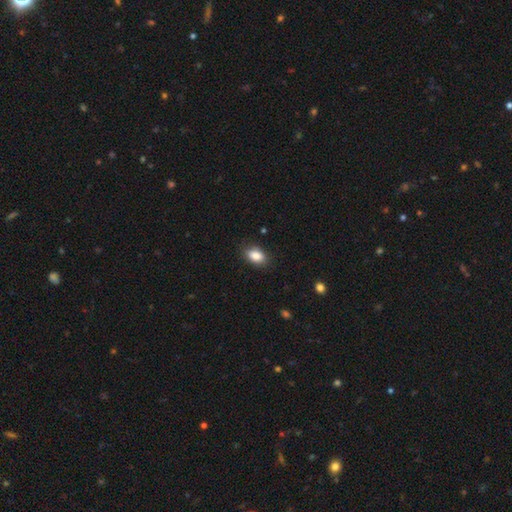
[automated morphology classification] A smooth galaxy with no disk features (86%) that is in between round and cigar-shaped (86%).

Vote fractions:
- Smooth or featured? smooth: 86% / star or artifact: 8% / featured or disk: 6%
- How rounded? in between: 86% / round: 12% / cigar-shaped: 2%
- Merging? none: 84% / minor disturbance: 12% / major disturbance: 3% / merger: 1%